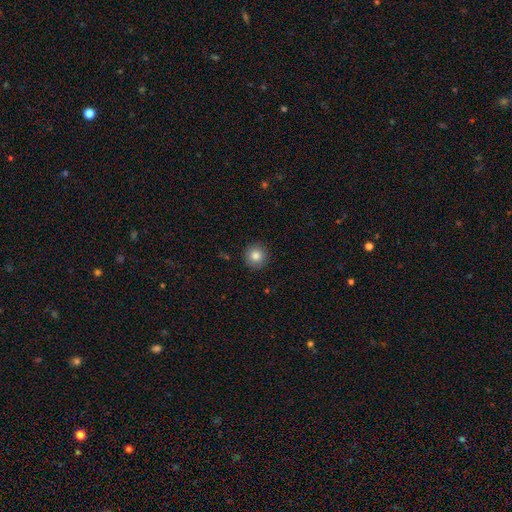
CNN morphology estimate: This is clearly a smooth galaxy (83%). How rounded: clearly round (95%). Merging: clearly none (91%).